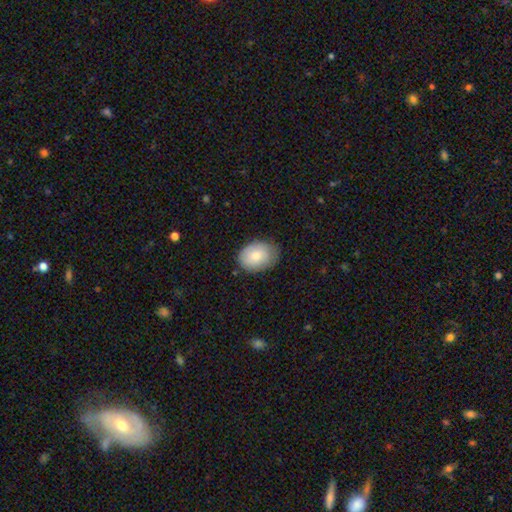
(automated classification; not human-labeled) smooth 78%, featured or disk 15%, star or artifact 6%. Down the decision tree: how rounded — in between (69%); merging — none (74%).